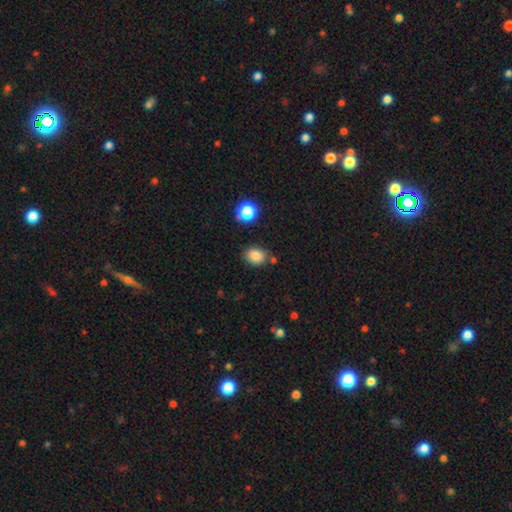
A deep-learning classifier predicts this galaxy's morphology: Overall: smooth (83%). How rounded: in between (56%; round 43%). Merging: none (76%).